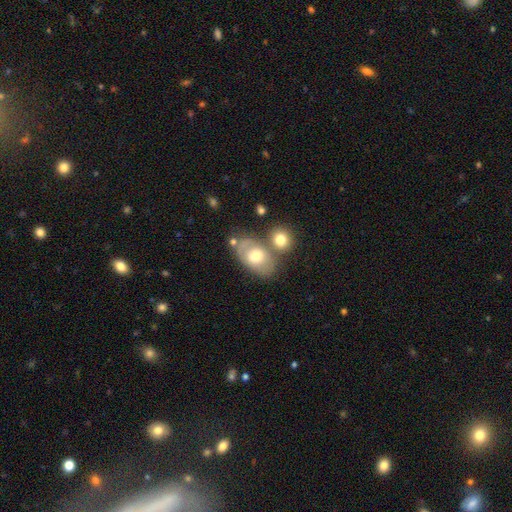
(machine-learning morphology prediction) The model was most divided on "merging": none: 49%, merger: 29%, minor disturbance: 15%, major disturbance: 6%. More confident: how rounded — in between (83%); smooth or featured — smooth (59%).